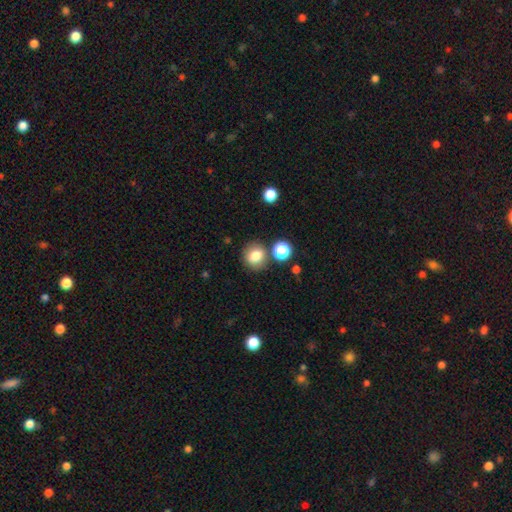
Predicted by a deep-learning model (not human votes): A smooth galaxy with no disk features (79%) that is round (77%). Merging: none (76%).